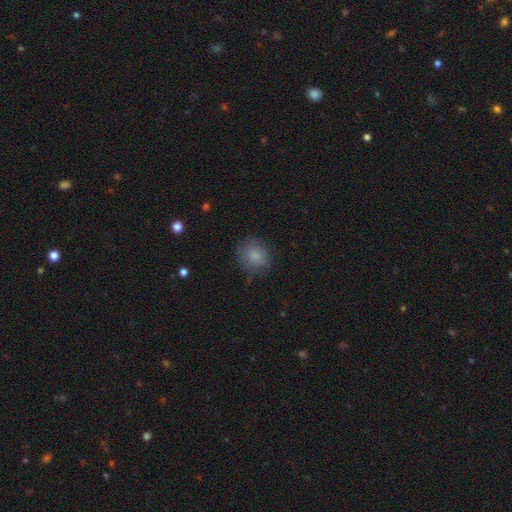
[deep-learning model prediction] Smooth or featured?
  - smooth: 81% *
  - featured or disk: 11%
  - star or artifact: 8%
How rounded?
  - round: 78% *
  - in between: 21%
  - cigar-shaped: 1%
Merging?
  - none: 70% *
  - minor disturbance: 21%
  - major disturbance: 7%
  - merger: 1%